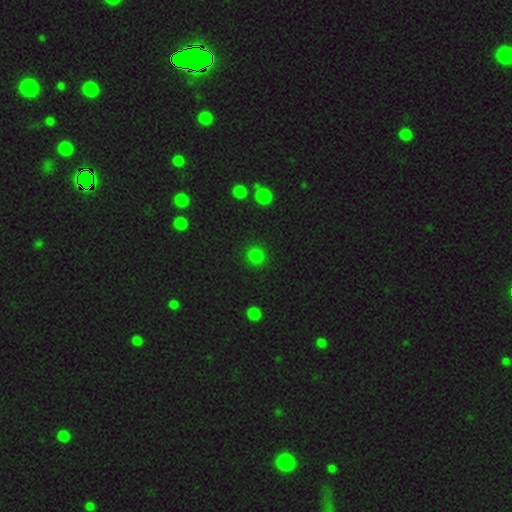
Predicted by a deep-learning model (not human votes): Q: Smooth or featured?
A: smooth (80%); runner-up: star or artifact (16%)
Q: How rounded?
A: round (91%); runner-up: in between (8%)
Q: Merging?
A: none (89%); runner-up: minor disturbance (6%)